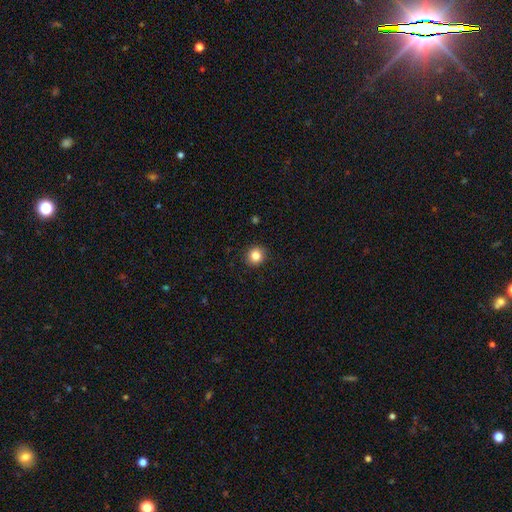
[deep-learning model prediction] Q: Smooth or featured?
A: smooth (84%); runner-up: star or artifact (10%)
Q: How rounded?
A: round (89%); runner-up: in between (11%)
Q: Merging?
A: none (91%); runner-up: minor disturbance (6%)